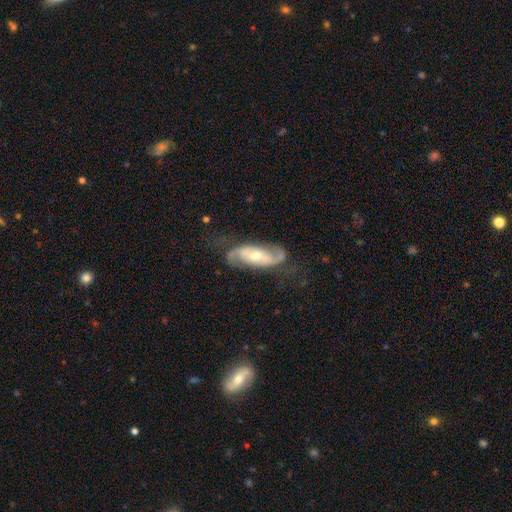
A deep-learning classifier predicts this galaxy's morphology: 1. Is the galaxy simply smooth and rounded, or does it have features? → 80% featured or disk, 15% smooth, 5% star or artifact.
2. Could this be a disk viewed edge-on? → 91% no, 9% yes.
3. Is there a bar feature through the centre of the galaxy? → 40% no, 37% weak, 23% strong.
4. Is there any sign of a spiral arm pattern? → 92% yes, 8% no.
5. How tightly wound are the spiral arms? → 42% medium, 37% loose, 21% tight.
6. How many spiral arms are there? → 85% 2, 8% can't tell, 3% 1, 2% 3, 1% 4, 1% more than 4.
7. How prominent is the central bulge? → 60% moderate, 31% small, 6% large, 1% none, 1% dominant.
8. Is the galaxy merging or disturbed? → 65% none, 20% minor disturbance, 13% major disturbance, 2% merger.